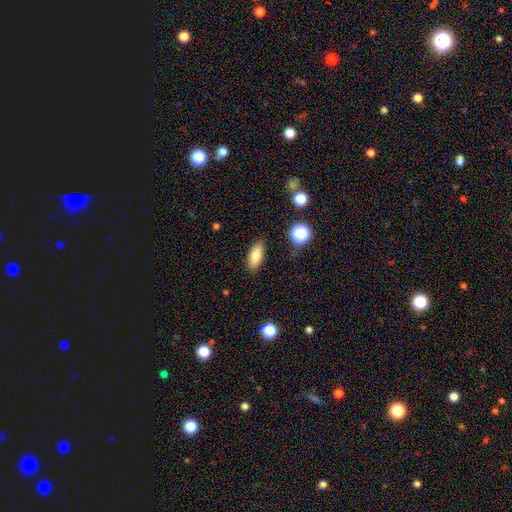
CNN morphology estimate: smooth 79%, featured or disk 12%, star or artifact 9%. Down the decision tree: how rounded — in between (82%); merging — none (85%).